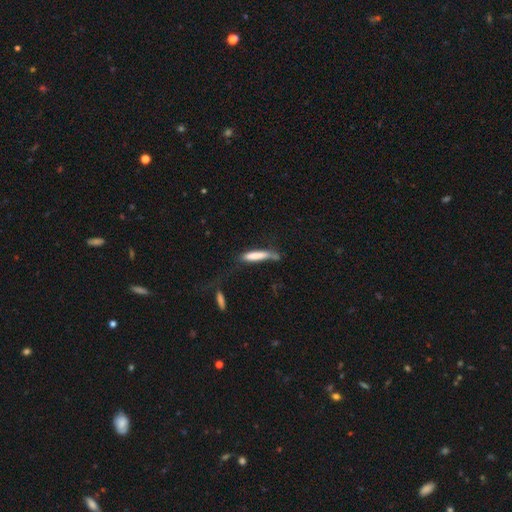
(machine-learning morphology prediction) Smooth or featured? Predicted: smooth (p=0.72). How rounded? Predicted: cigar-shaped (p=0.89). Merging? Predicted: none (p=0.44).